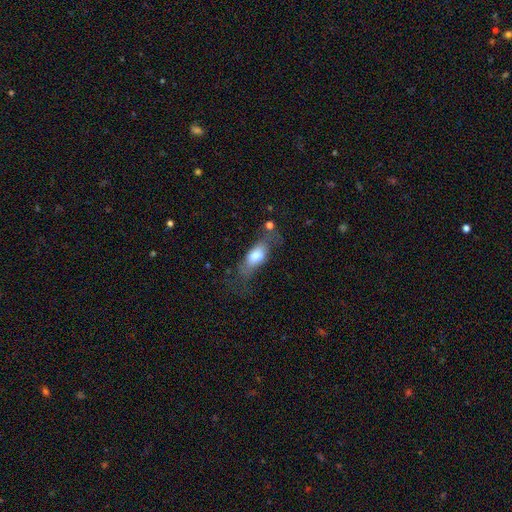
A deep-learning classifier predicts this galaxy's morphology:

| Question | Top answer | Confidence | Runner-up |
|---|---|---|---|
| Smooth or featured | smooth | 68% | featured or disk (25%) |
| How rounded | in between | 75% | cigar-shaped (21%) |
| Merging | none | 44% | minor disturbance (26%) |